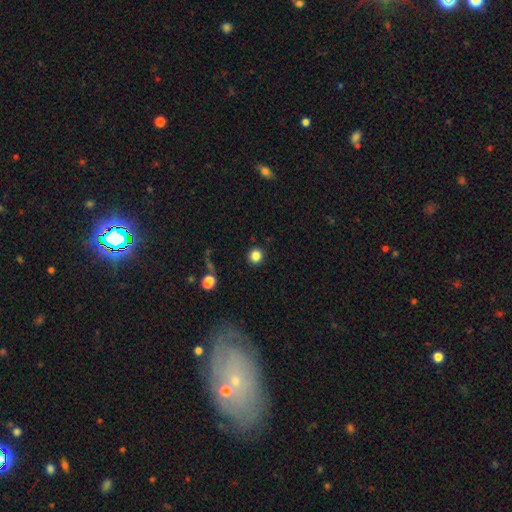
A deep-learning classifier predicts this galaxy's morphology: This is clearly a smooth galaxy (84%). How rounded: clearly round (93%). Merging: clearly none (90%).